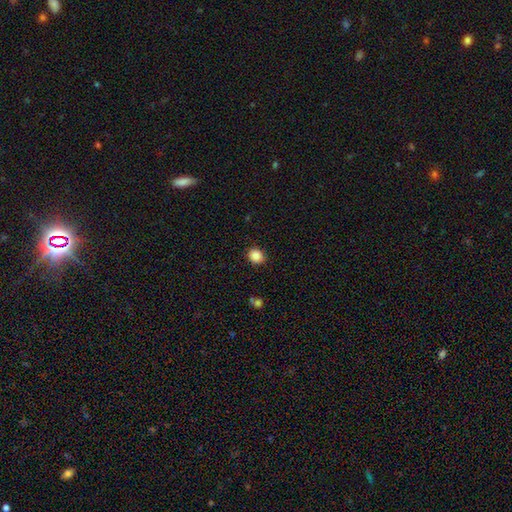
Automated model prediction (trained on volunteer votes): smooth-or-featured: smooth: 86% | star or artifact: 10% | featured or disk: 4%
  how-rounded: round: 65% | in between: 34% | cigar-shaped: 1%
  merging: none: 87% | minor disturbance: 9% | major disturbance: 2% | merger: 1%